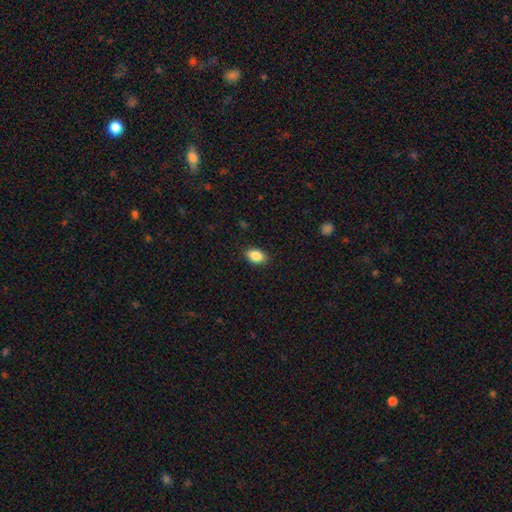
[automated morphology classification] Smooth or featured? smooth (87%)
How rounded? in between (86%)
Merging? none (88%)